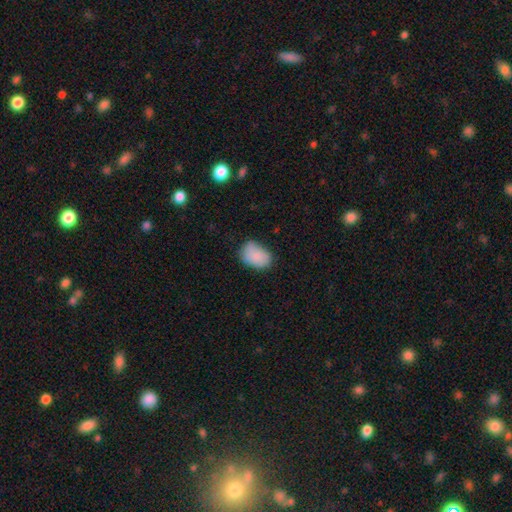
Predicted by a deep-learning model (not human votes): Morphology: type=smooth (86%); roundness=in between (81%); merging=none (61%).